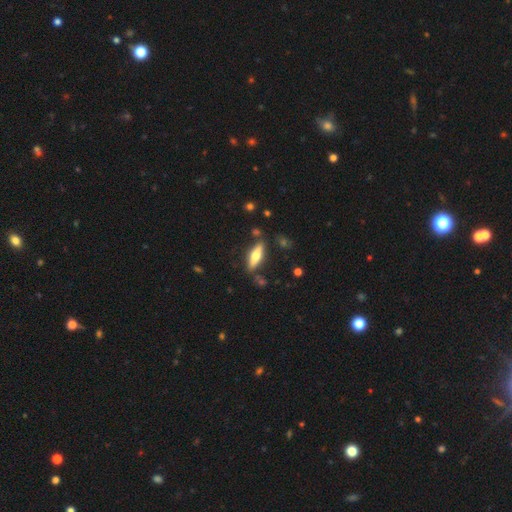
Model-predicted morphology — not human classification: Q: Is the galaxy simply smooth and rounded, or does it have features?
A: smooth — 51%.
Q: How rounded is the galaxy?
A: cigar-shaped — 60%.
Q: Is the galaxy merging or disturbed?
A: none — 81%.